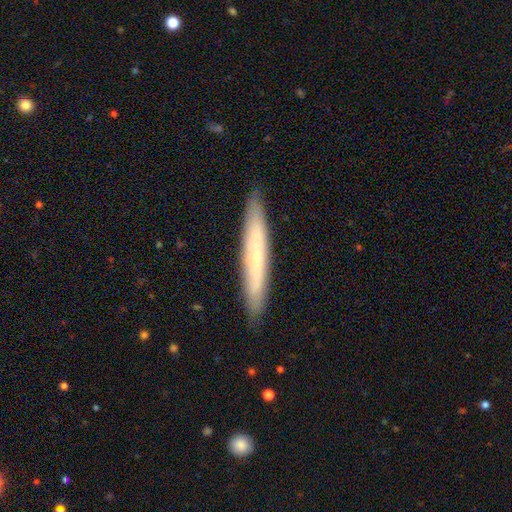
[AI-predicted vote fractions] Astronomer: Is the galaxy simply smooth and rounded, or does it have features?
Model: smooth — 51% (runner-up: featured or disk, 43%).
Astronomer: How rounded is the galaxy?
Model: cigar-shaped — 95%.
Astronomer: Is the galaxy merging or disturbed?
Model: none — 89%.